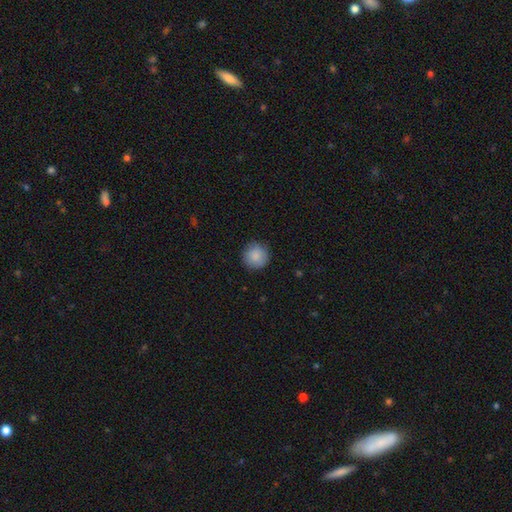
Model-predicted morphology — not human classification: Smooth or featured: smooth — 88% (star or artifact — 7%)
How rounded: round — 95% (in between — 4%)
Merging: none — 88% (minor disturbance — 8%)